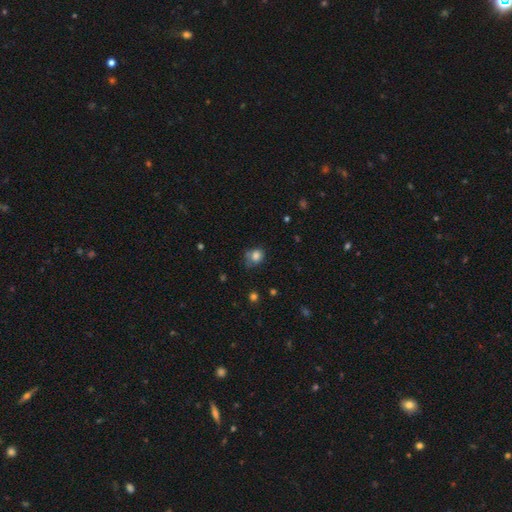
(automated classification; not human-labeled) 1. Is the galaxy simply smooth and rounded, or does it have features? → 79% smooth, 12% star or artifact, 9% featured or disk.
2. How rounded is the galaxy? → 63% round, 36% in between, 1% cigar-shaped.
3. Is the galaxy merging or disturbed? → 52% none, 30% minor disturbance, 14% major disturbance, 5% merger.